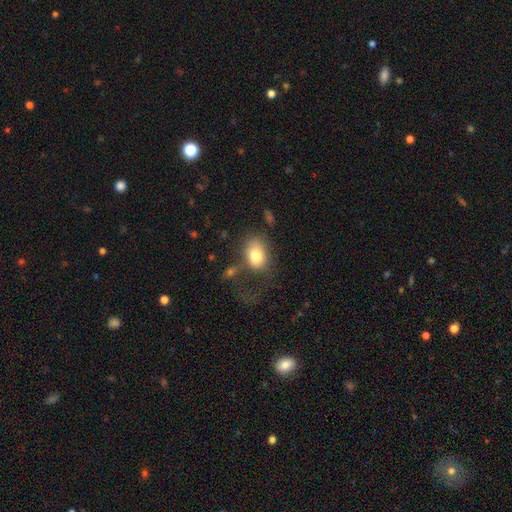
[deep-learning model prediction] smooth_or_featured: smooth (p=0.77) [alt: featured or disk p=0.14]
how_rounded: in between (p=0.72) [alt: round p=0.27]
merging: none (p=0.40) [alt: major disturbance p=0.32]